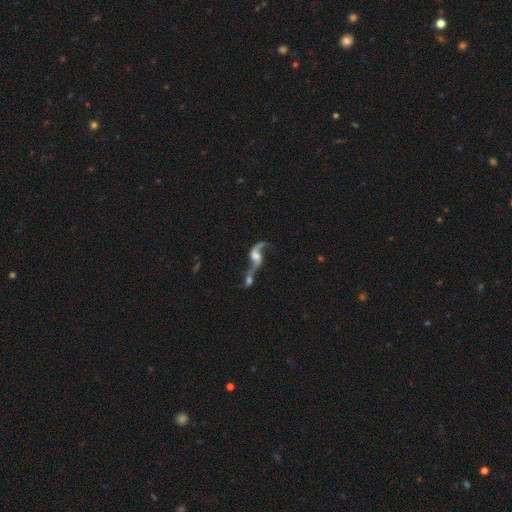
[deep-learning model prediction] smooth-or-featured: featured or disk: 80% | smooth: 12% | star or artifact: 8%
  disk-edge-on: no: 92% | yes: 8%
    bar: no: 55% | weak: 34% | strong: 11%
    has-spiral-arms: yes: 90% | no: 10%
      spiral-winding: loose: 87% | medium: 11% | tight: 3%
      spiral-arm-count: 2: 84% | 1: 10% | can't tell: 3% | 3: 1% | 4: 1% | more than 4: 1%
    bulge-size: moderate: 40% | large: 24% | small: 19% | none: 14% | dominant: 4%
  merging: merger: 65% | none: 18% | major disturbance: 11% | minor disturbance: 7%